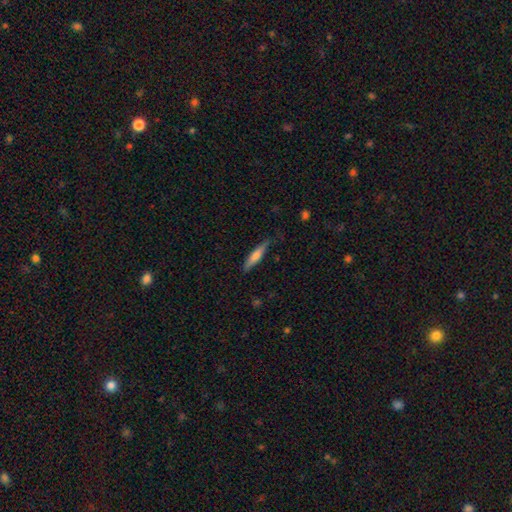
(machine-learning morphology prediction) This is likely a smooth galaxy (62%). How rounded: clearly cigar-shaped (86%). Merging: clearly none (82%).